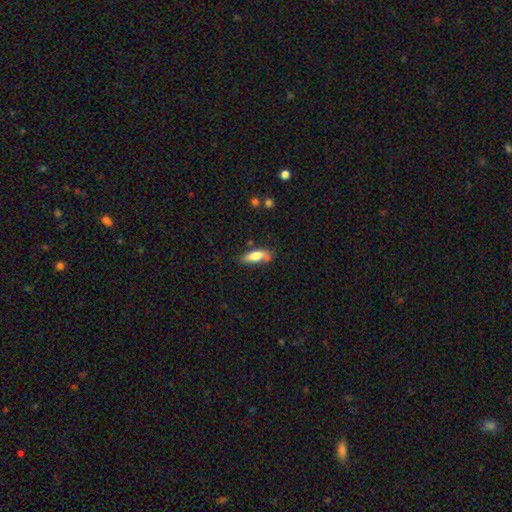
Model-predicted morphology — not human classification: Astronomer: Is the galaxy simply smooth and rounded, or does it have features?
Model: smooth — 74%.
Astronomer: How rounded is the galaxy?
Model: in between — 64%.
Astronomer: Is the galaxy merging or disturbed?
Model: none — 66%.